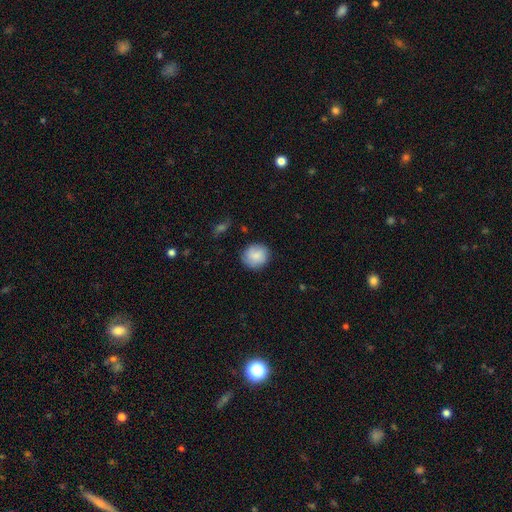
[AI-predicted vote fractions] A smooth galaxy with no disk features (83%) that is round (88%). Merging: none (83%).